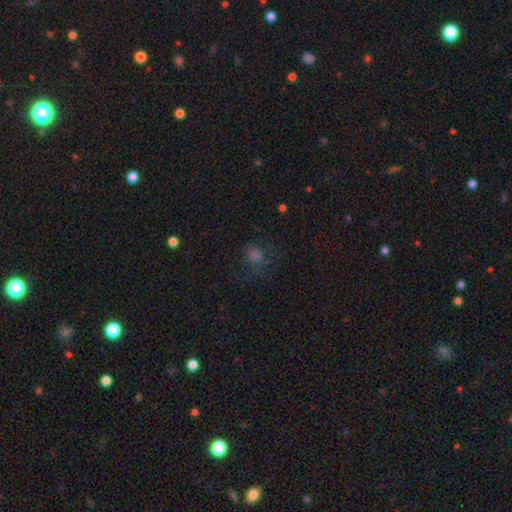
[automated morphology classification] Smooth or featured: smooth — 58% (star or artifact — 30%)
How rounded: round — 72% (in between — 27%)
Merging: none — 66% (minor disturbance — 17%)